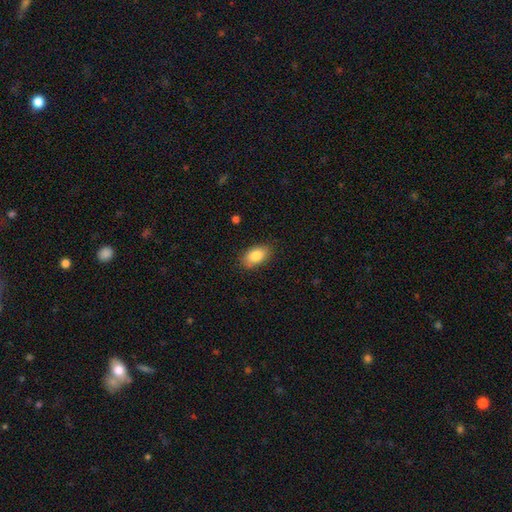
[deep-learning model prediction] A smooth galaxy with no disk features (84%) that is in between round and cigar-shaped (92%).

Vote fractions:
- Smooth or featured? smooth: 84% / featured or disk: 8% / star or artifact: 7%
- How rounded? in between: 92% / round: 6% / cigar-shaped: 2%
- Merging? none: 84% / minor disturbance: 12% / major disturbance: 3% / merger: 1%